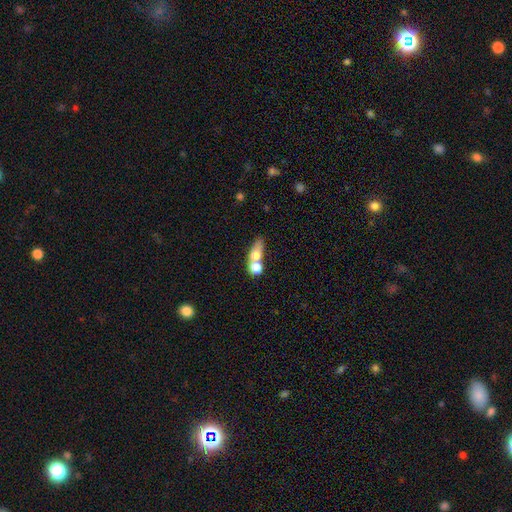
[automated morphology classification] Smooth or featured? Predicted: smooth (p=0.64). How rounded? Predicted: in between (p=0.51). Merging? Predicted: merger (p=0.48).